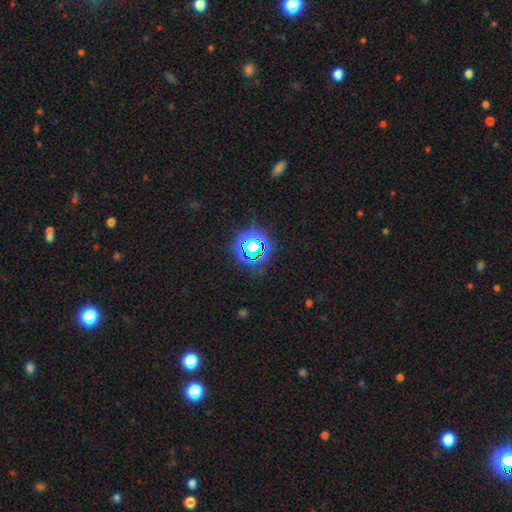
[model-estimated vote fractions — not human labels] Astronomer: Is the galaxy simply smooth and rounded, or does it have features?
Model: star or artifact — 75%.